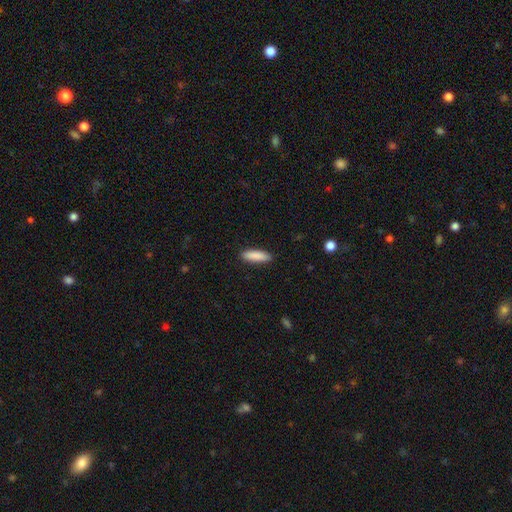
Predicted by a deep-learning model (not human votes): smooth 88%, featured or disk 6%, star or artifact 6%. Down the decision tree: how rounded — cigar-shaped (64%); merging — none (90%).